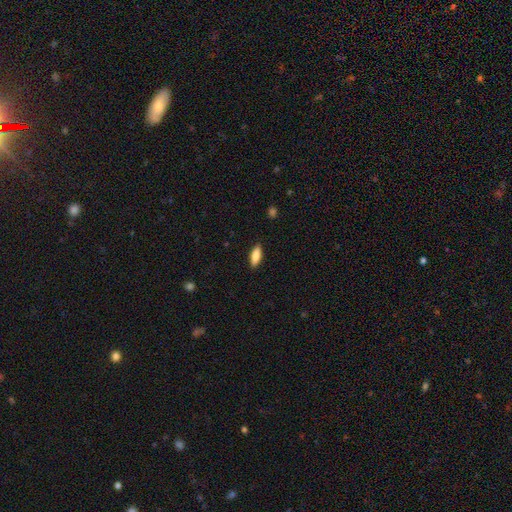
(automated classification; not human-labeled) Q: Smooth or featured?
A: smooth (86%); runner-up: featured or disk (8%)
Q: How rounded?
A: in between (65%); runner-up: cigar-shaped (33%)
Q: Merging?
A: none (89%); runner-up: minor disturbance (8%)